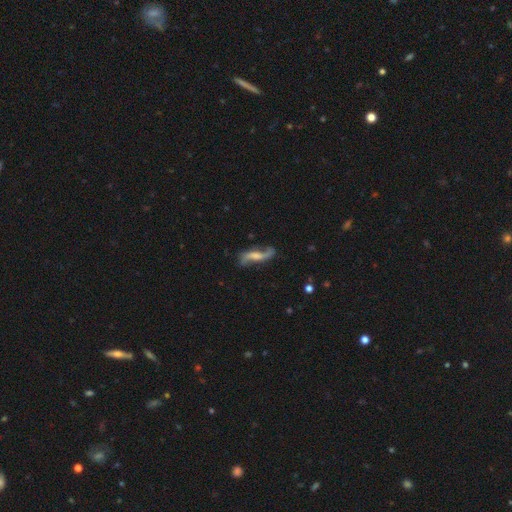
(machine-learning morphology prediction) featured or disk 78%, smooth 16%, star or artifact 6%. Down the decision tree: edge-on disk — no (86%); bar — weak (41%); spiral arms — yes (94%); spiral arm count — 2 (91%); spiral winding — loose (84%); bulge size — moderate (32%); merging — none (67%).